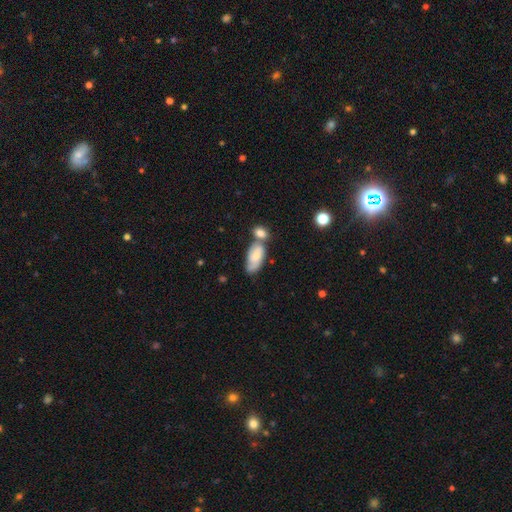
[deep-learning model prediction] Smooth or featured?
  - smooth: 59% *
  - featured or disk: 34%
  - star or artifact: 7%
How rounded?
  - in between: 90% *
  - cigar-shaped: 7%
  - round: 4%
Merging?
  - merger: 42% *
  - none: 32%
  - minor disturbance: 19%
  - major disturbance: 7%